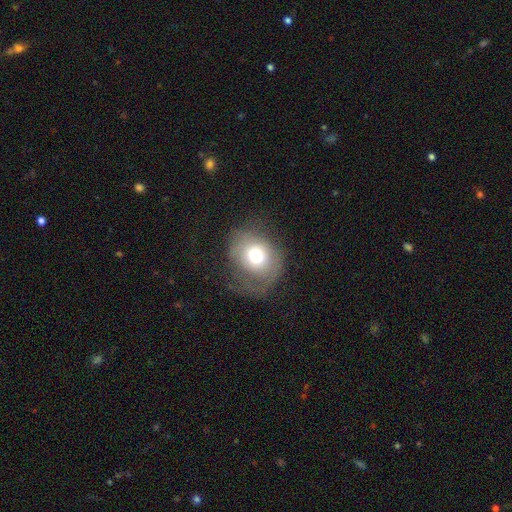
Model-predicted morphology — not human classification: A smooth galaxy with no disk features (65%) that is round (60%).

Vote fractions:
- Smooth or featured? smooth: 65% / featured or disk: 24% / star or artifact: 11%
- How rounded? round: 60% / in between: 39% / cigar-shaped: 1%
- Merging? none: 45% / major disturbance: 27% / minor disturbance: 26% / merger: 2%